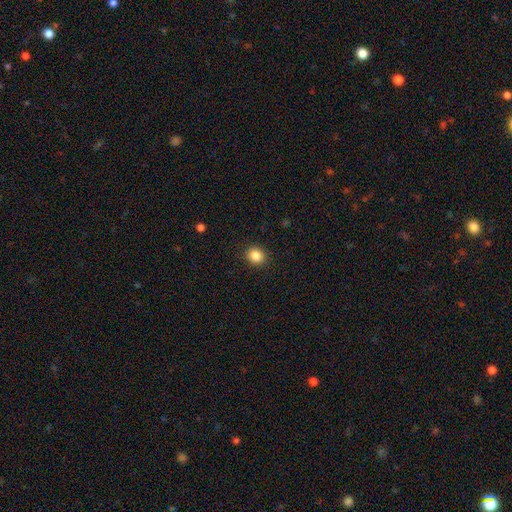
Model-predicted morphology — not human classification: Overall: smooth (86%). How rounded: round (79%). Merging: none (90%).